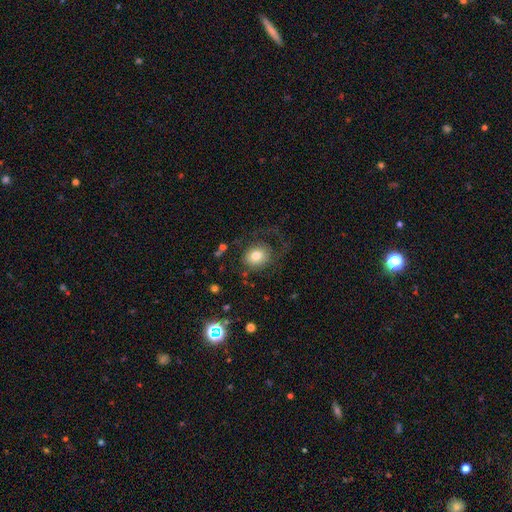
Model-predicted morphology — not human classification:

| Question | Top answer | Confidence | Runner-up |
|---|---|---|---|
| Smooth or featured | smooth | 74% | featured or disk (16%) |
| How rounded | round | 65% | in between (34%) |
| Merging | none | 57% | major disturbance (25%) |